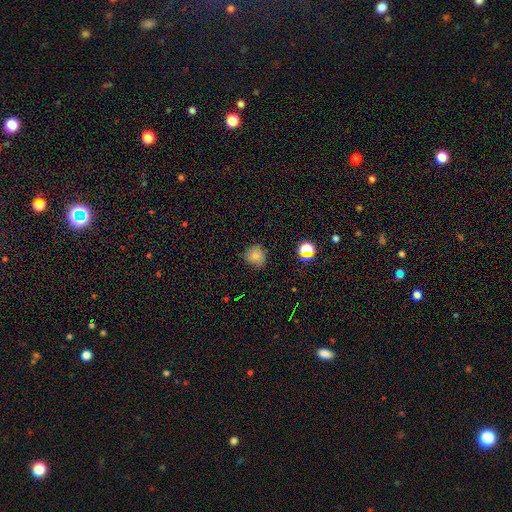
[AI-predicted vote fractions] A smooth galaxy with no disk features (75%) that is round (87%).

Vote fractions:
- Smooth or featured? smooth: 75% / star or artifact: 16% / featured or disk: 9%
- How rounded? round: 87% / in between: 12% / cigar-shaped: 1%
- Merging? none: 79% / minor disturbance: 17% / major disturbance: 3% / merger: 1%